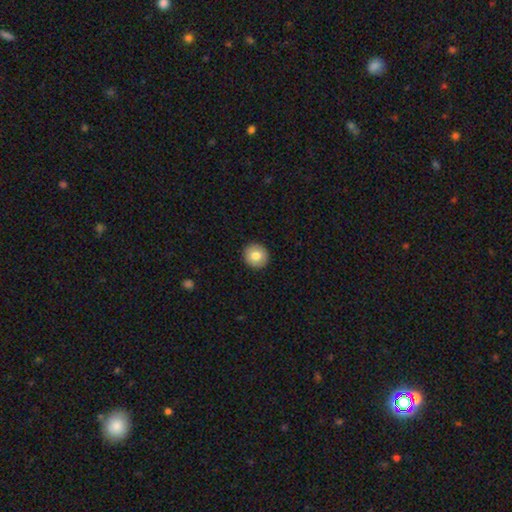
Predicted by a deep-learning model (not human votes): Morphology: type=smooth (81%); roundness=round (91%); merging=none (93%).